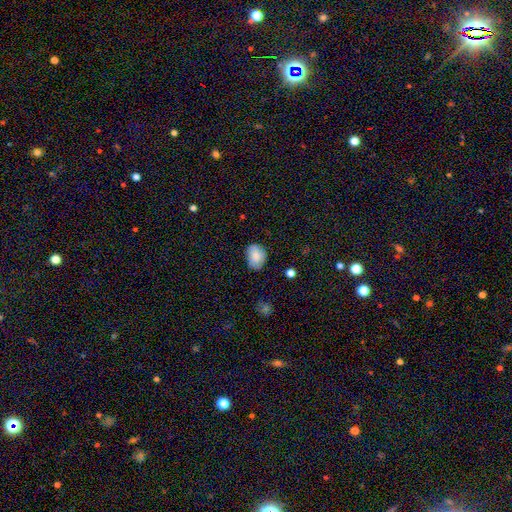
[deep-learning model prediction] smooth_or_featured: smooth (p=0.86) [alt: star or artifact p=0.08]
how_rounded: in between (p=0.69) [alt: round p=0.30]
merging: none (p=0.71) [alt: minor disturbance p=0.24]